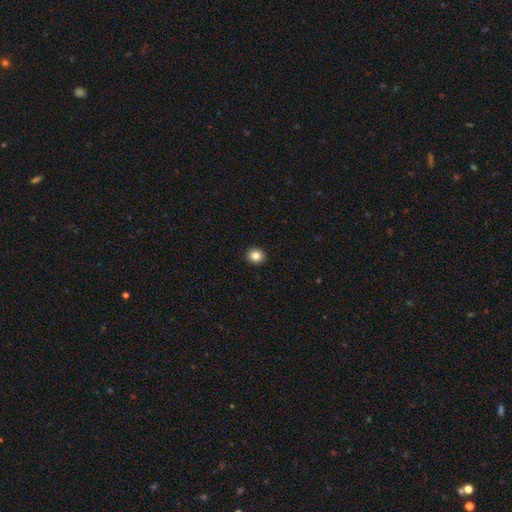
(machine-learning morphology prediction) The model was most divided on "how rounded": round: 78%, in between: 22%, cigar-shaped: 1%. More confident: merging — none (93%); smooth or featured — smooth (84%).